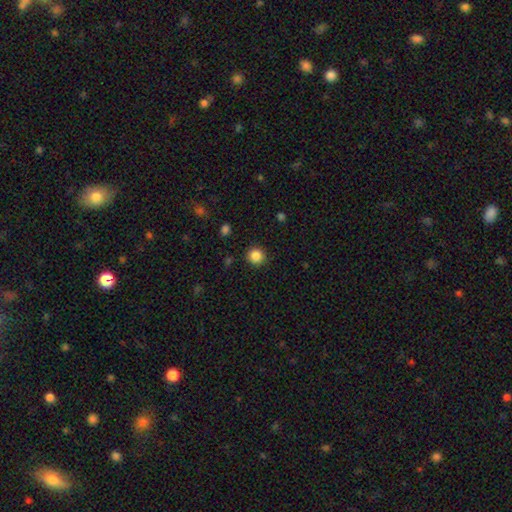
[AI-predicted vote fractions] Smooth or featured? smooth (86%)
How rounded? round (92%)
Merging? none (89%)